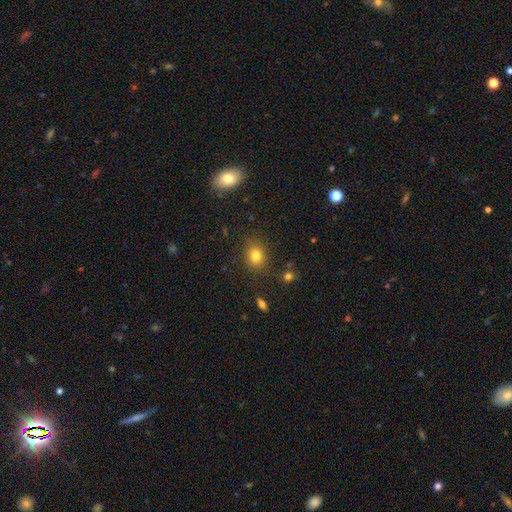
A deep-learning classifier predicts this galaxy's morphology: Smooth or featured? smooth (80%)
How rounded? round (59%)
Merging? none (84%)